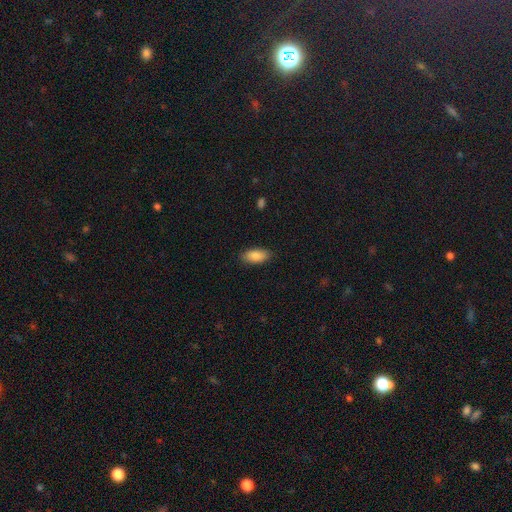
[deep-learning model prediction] Smooth or featured? smooth (87%)
How rounded? in between (89%)
Merging? none (87%)